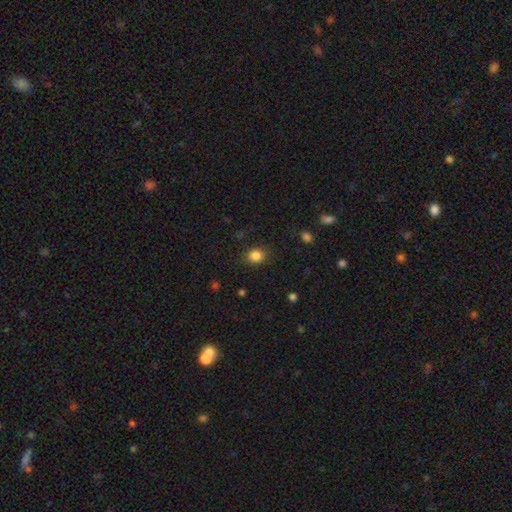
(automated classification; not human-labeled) This is clearly a smooth galaxy (84%). How rounded: likely round (65%). Merging: clearly none (85%).